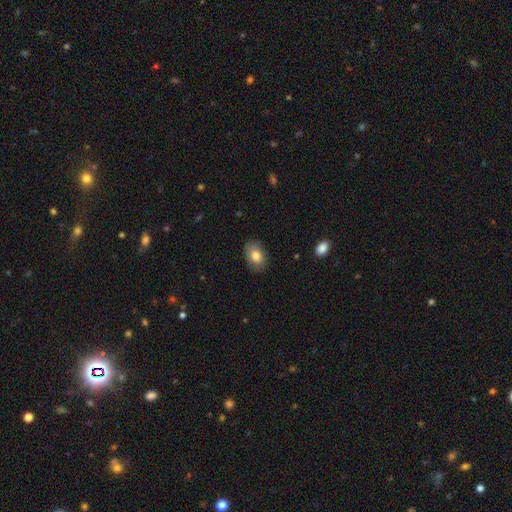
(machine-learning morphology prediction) smooth-or-featured: smooth: 80% | featured or disk: 12% | star or artifact: 8%
  how-rounded: in between: 83% | round: 16% | cigar-shaped: 1%
  merging: none: 83% | minor disturbance: 13% | major disturbance: 3% | merger: 1%